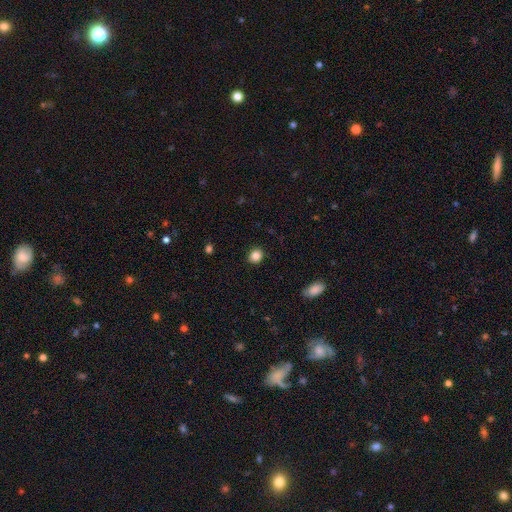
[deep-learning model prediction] Smooth or featured? Predicted: smooth (p=0.85). How rounded? Predicted: round (p=0.76). Merging? Predicted: none (p=0.90).